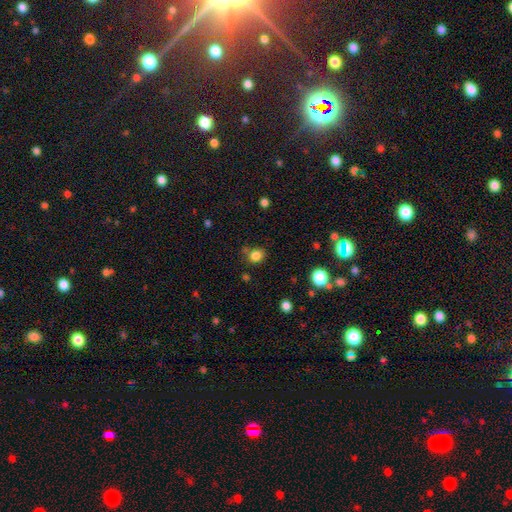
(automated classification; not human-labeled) smooth 82%, star or artifact 13%, featured or disk 5%. Down the decision tree: how rounded — round (74%); merging — none (76%).